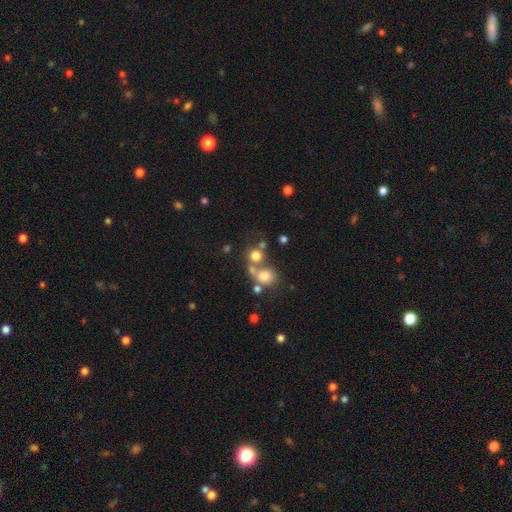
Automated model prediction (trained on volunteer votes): A smooth galaxy with no disk features (71%) that is round (84%).

Vote fractions:
- Smooth or featured? smooth: 71% / star or artifact: 16% / featured or disk: 13%
- How rounded? round: 84% / in between: 15% / cigar-shaped: 1%
- Merging? none: 46% / merger: 38% / minor disturbance: 9% / major disturbance: 7%